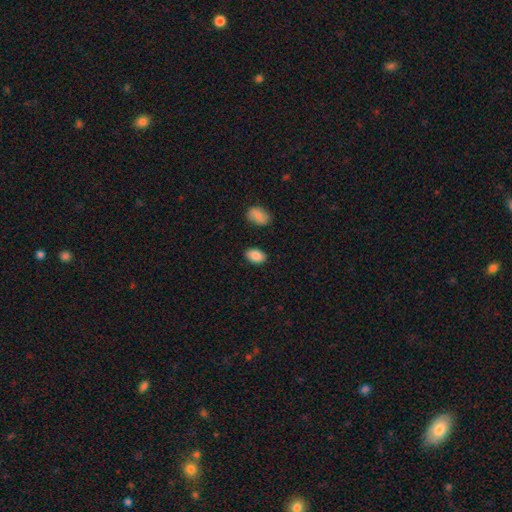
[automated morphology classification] smooth_or_featured: smooth (p=0.88) [alt: star or artifact p=0.08]
how_rounded: in between (p=0.90) [alt: round p=0.08]
merging: none (p=0.85) [alt: minor disturbance p=0.11]